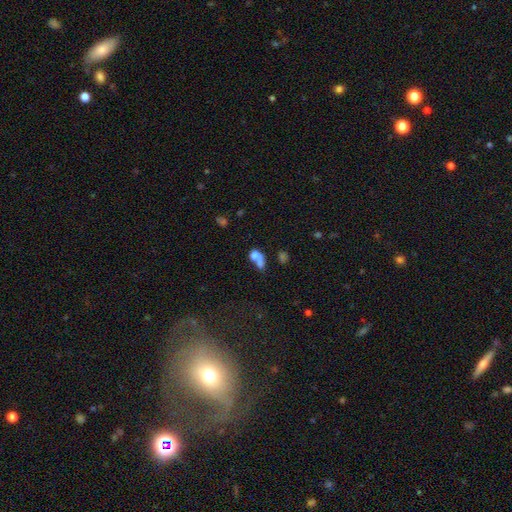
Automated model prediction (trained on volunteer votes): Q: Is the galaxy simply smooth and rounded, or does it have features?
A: smooth — 67%.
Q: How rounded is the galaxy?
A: in between — 55%.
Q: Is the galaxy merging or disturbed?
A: merger — 55%.